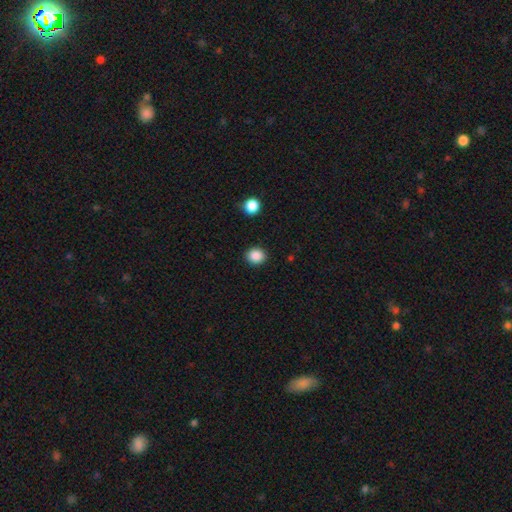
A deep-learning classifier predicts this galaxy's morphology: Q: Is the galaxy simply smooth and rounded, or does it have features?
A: smooth — 87%.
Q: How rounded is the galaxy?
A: round — 77%.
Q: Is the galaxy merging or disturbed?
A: none — 91%.